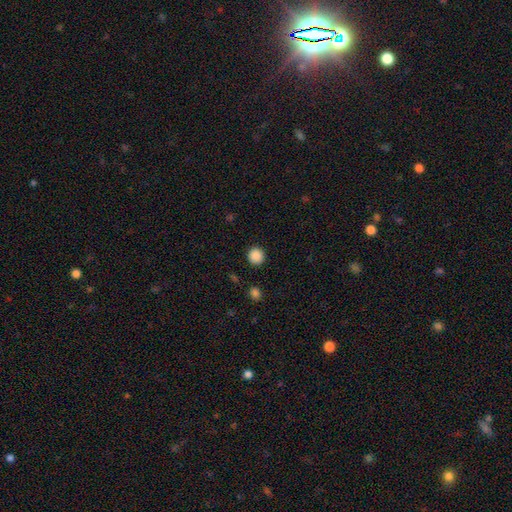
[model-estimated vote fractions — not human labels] Q: Smooth or featured?
A: smooth (88%); runner-up: star or artifact (10%)
Q: How rounded?
A: round (93%); runner-up: in between (6%)
Q: Merging?
A: none (92%); runner-up: minor disturbance (5%)